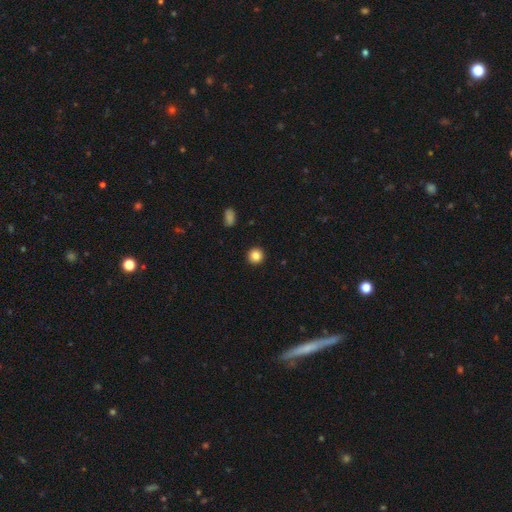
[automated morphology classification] Overall: smooth (85%). How rounded: round (95%). Merging: none (93%).